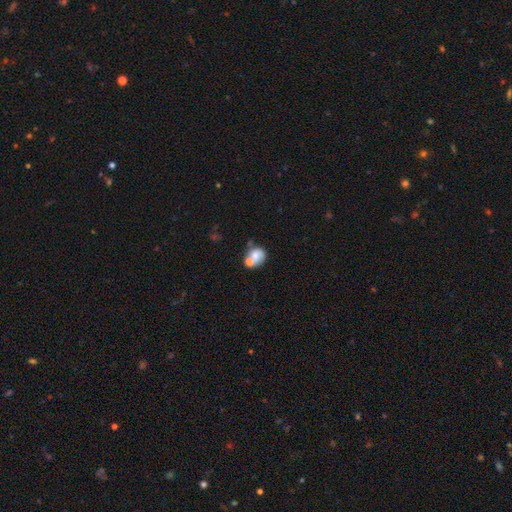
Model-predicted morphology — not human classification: This appears to be a smooth galaxy with no disk features (63%) that is round (59%). Merging: merger (45%).